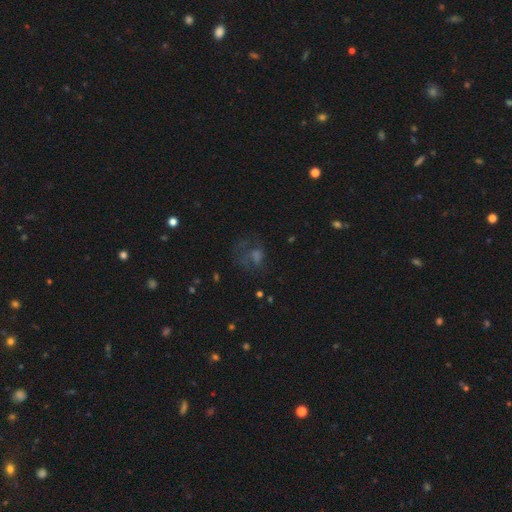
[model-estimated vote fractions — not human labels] This appears to be a smooth galaxy with no disk features (38%). Merging: none (46%).